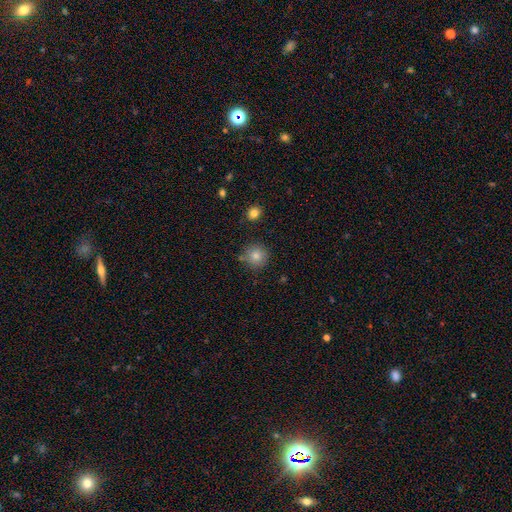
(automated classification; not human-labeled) The model was most divided on "smooth or featured": smooth: 81%, star or artifact: 12%, featured or disk: 7%. More confident: how rounded — round (94%); merging — none (85%).